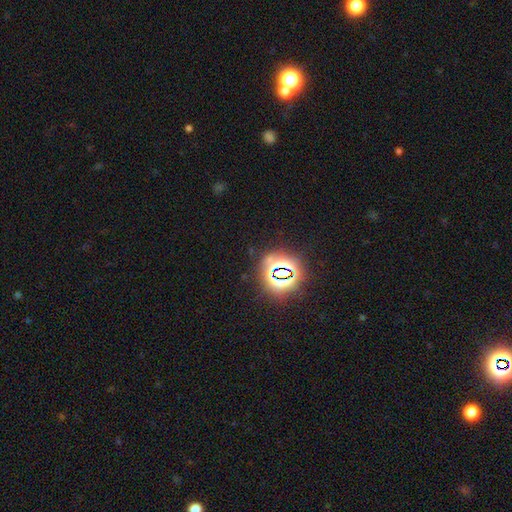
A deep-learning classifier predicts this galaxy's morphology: A star or artifact, not a galaxy (81%).